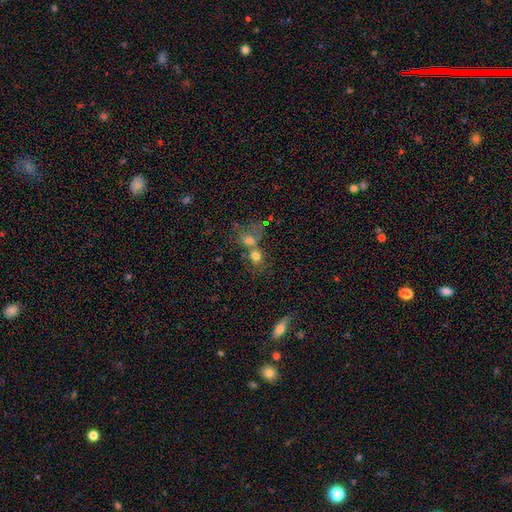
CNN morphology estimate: This appears to be a smooth galaxy with no disk features (72%) that is round (64%). Merging: merger (57%).